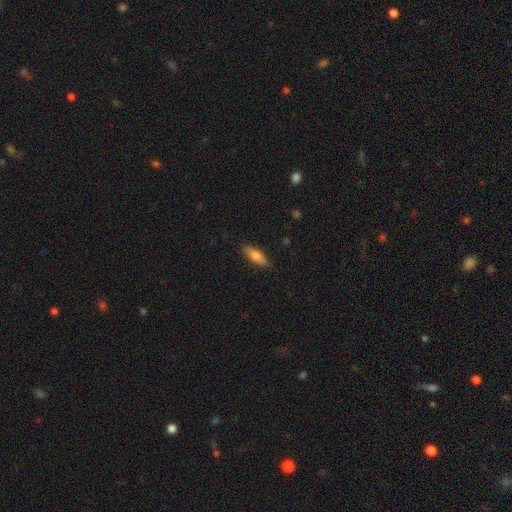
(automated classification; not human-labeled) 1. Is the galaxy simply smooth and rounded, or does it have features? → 70% smooth, 23% featured or disk, 6% star or artifact.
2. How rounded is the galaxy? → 53% in between, 45% cigar-shaped, 2% round.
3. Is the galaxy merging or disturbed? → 87% none, 10% minor disturbance, 2% major disturbance, 1% merger.